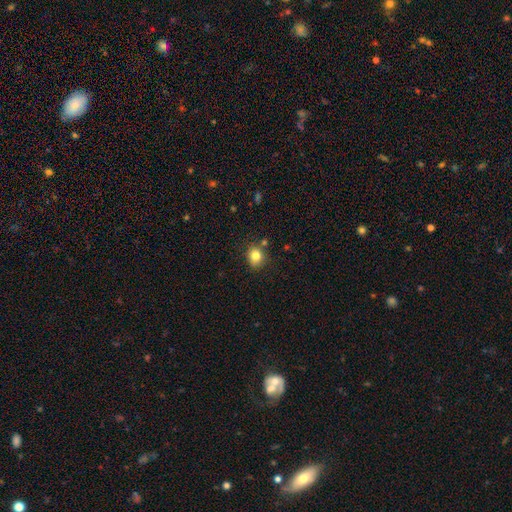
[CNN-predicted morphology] smooth_or_featured: smooth (p=0.82) [alt: star or artifact p=0.11]
how_rounded: round (p=0.66) [alt: in between p=0.33]
merging: none (p=0.78) [alt: minor disturbance p=0.13]